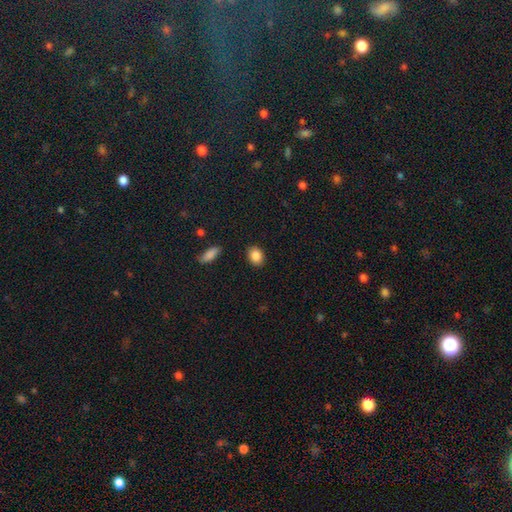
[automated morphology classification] Smooth or featured: smooth — 86% (star or artifact — 8%)
How rounded: in between — 61% (round — 38%)
Merging: none — 88% (minor disturbance — 8%)